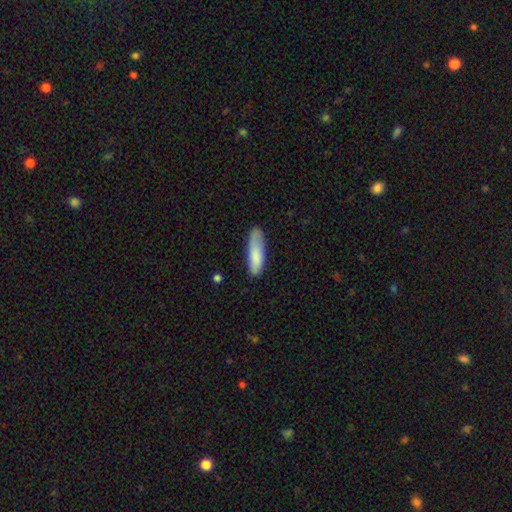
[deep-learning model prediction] Smooth or featured: smooth — 82% (featured or disk — 13%)
How rounded: cigar-shaped — 61% (in between — 38%)
Merging: none — 69% (minor disturbance — 23%)